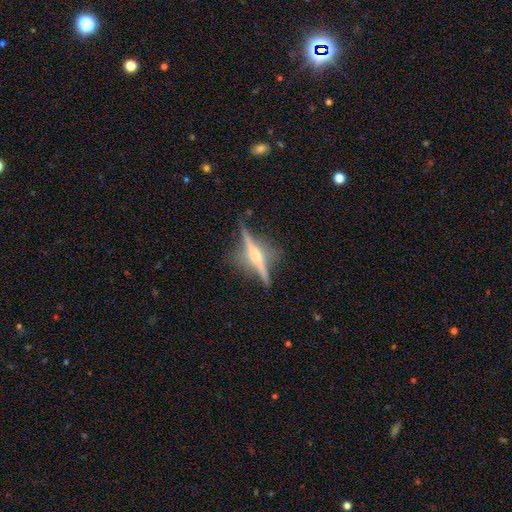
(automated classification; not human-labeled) featured or disk 77%, smooth 15%, star or artifact 8%. Down the decision tree: edge-on disk — yes (94%); edge-on bulge — rounded (82%); merging — none (75%).